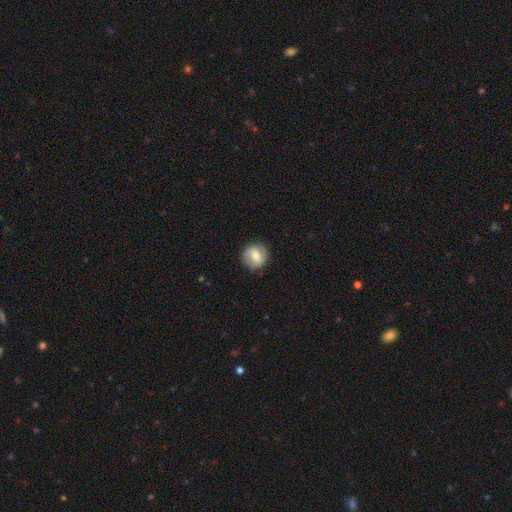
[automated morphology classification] Overall: smooth (56%; featured or disk 37%). How rounded: round (90%). Merging: none (86%).